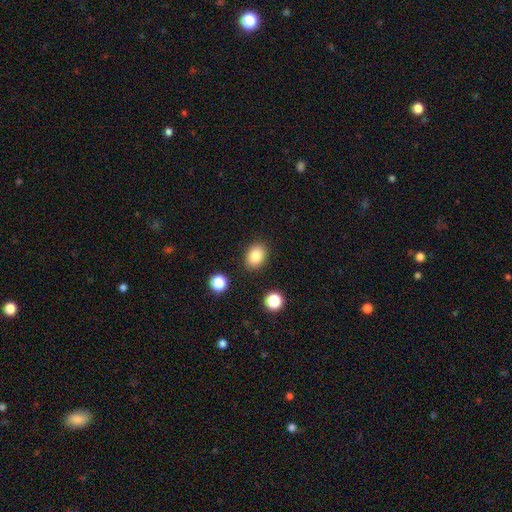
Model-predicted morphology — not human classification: This is clearly a smooth galaxy (84%). How rounded: likely in between (65%). Merging: clearly none (86%).